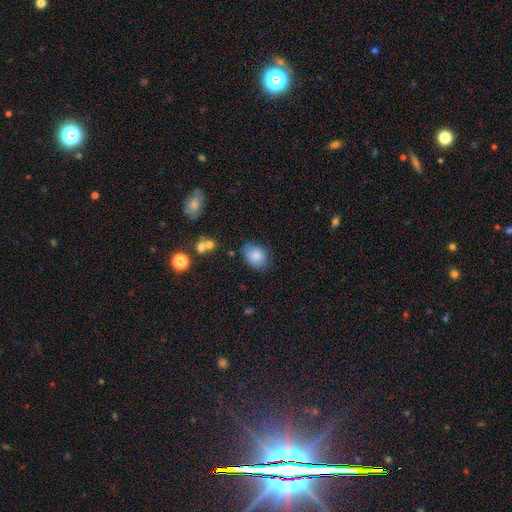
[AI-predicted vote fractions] smooth-or-featured: smooth: 83% | star or artifact: 8% | featured or disk: 8%
  how-rounded: in between: 70% | round: 29% | cigar-shaped: 1%
  merging: none: 76% | minor disturbance: 17% | major disturbance: 4% | merger: 3%